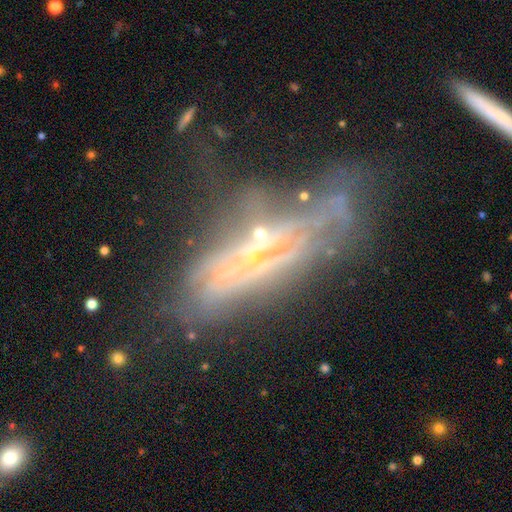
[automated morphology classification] This appears to be a featured or disk galaxy (64%). Merging: none (35%).